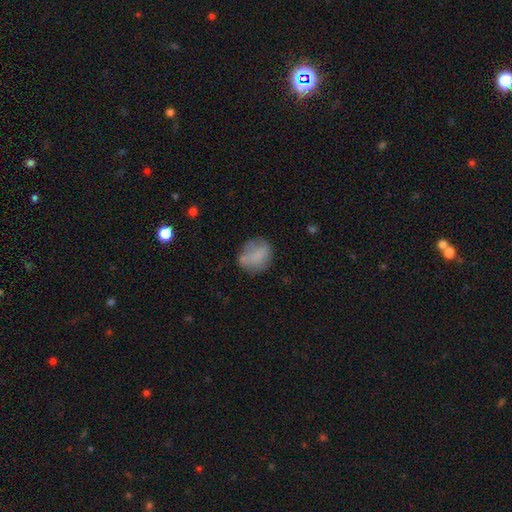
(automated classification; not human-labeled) Overall: smooth (73%). How rounded: round (65%; in between 33%). Merging: none (58%; minor disturbance 24%).